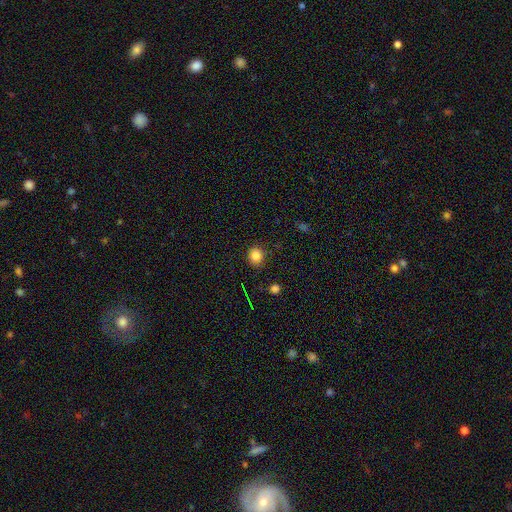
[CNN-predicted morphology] Overall: smooth (83%). How rounded: round (85%). Merging: none (86%).